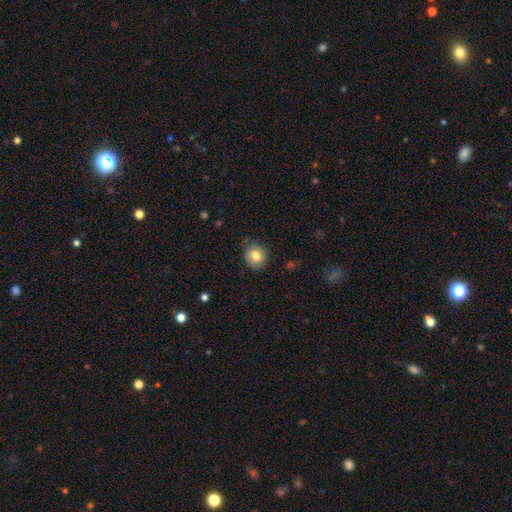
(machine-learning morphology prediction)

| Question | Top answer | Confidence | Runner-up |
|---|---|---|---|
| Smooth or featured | smooth | 81% | featured or disk (10%) |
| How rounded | round | 76% | in between (23%) |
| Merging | none | 84% | minor disturbance (12%) |